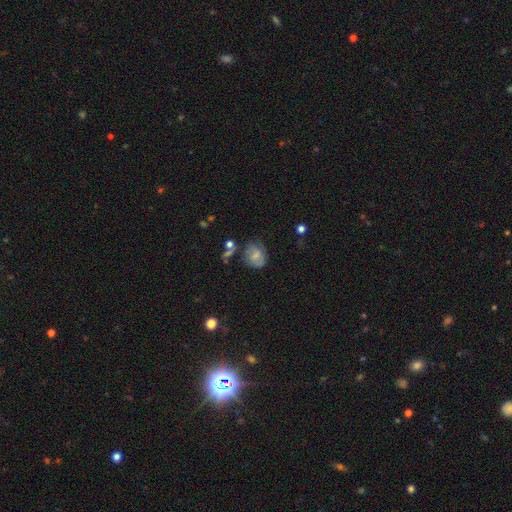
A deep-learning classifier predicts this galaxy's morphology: The model was most divided on "how rounded": round: 56%, in between: 43%, cigar-shaped: 1%. More confident: merging — none (56%); smooth or featured — smooth (54%).